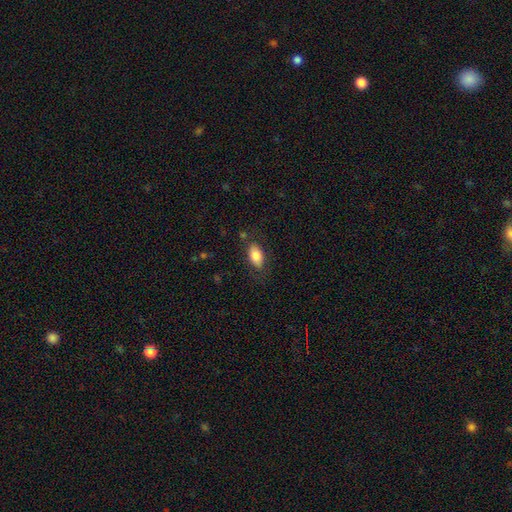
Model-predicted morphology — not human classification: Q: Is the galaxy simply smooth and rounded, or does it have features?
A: smooth — 82%.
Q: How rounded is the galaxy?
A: in between — 92%.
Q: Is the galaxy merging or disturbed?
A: none — 79%.